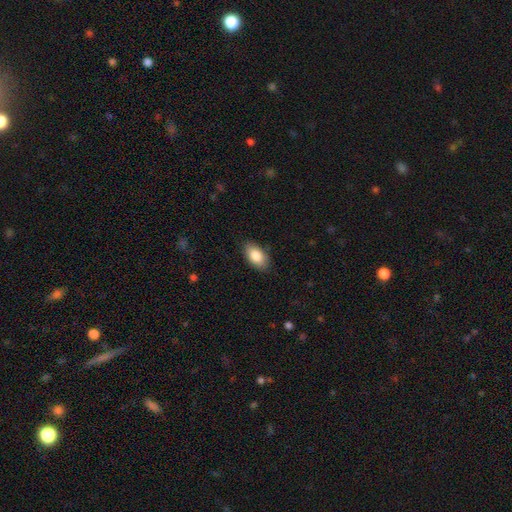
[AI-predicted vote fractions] Morphology: type=smooth (86%); roundness=in between (94%); merging=none (85%).